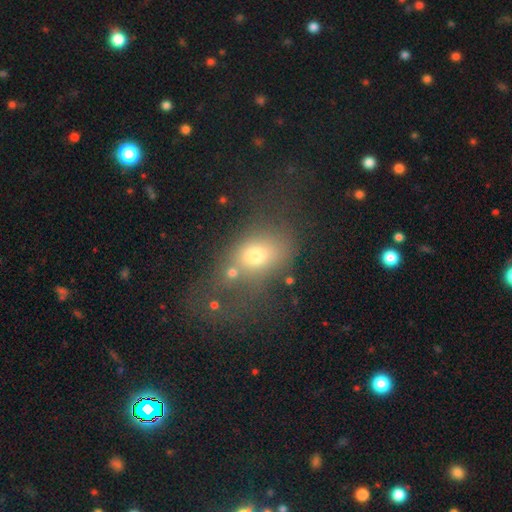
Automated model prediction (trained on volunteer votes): This appears to be a smooth galaxy with no disk features (64%) that is in between round and cigar-shaped (62%). Merging: major disturbance (32%).